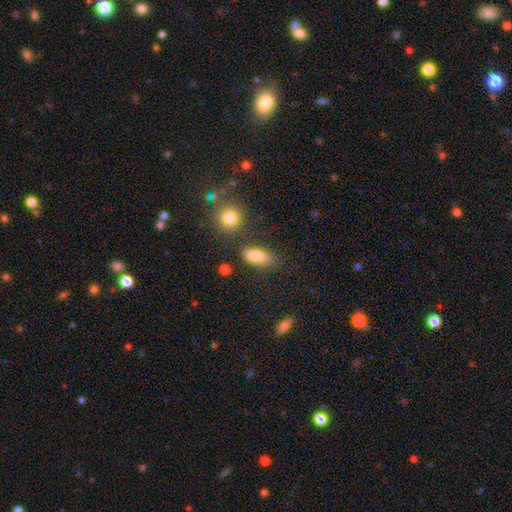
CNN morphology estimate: smooth 84%, star or artifact 9%, featured or disk 7%. Down the decision tree: how rounded — in between (83%); merging — none (71%).